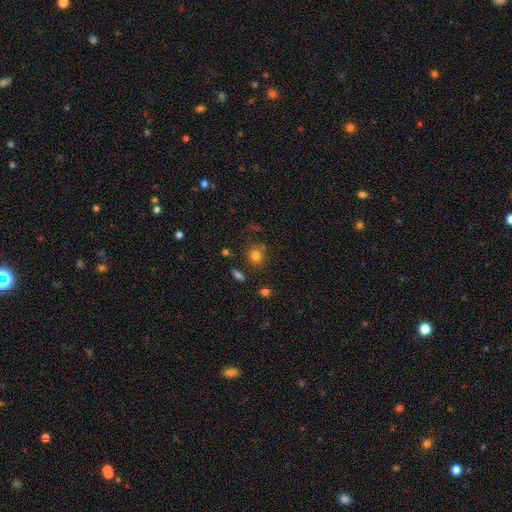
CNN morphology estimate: Overall: smooth (78%). How rounded: round (77%). Merging: none (73%).